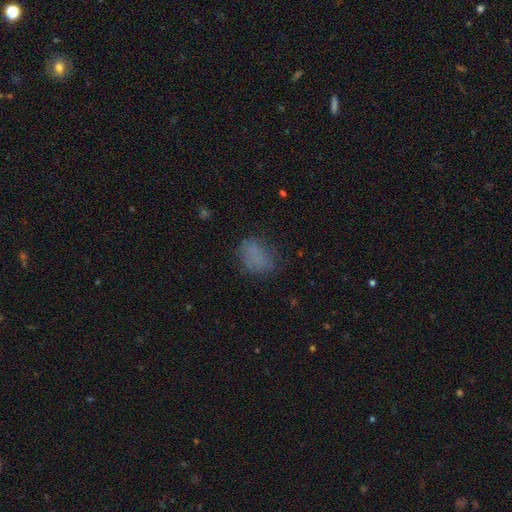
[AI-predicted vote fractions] Smooth or featured: smooth — 72% (star or artifact — 15%)
How rounded: in between — 64% (round — 35%)
Merging: none — 66% (minor disturbance — 21%)